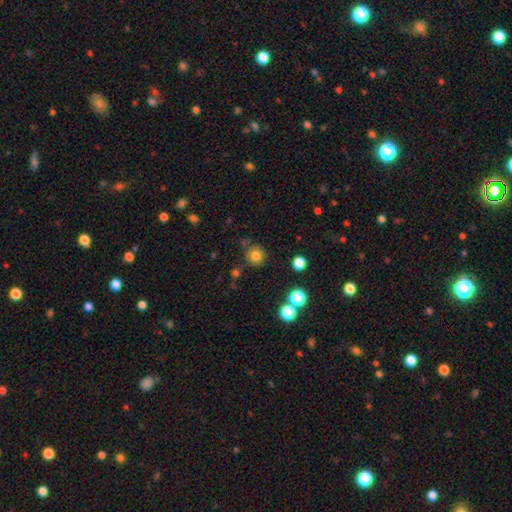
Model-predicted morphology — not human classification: smooth-or-featured: smooth: 80% | star or artifact: 14% | featured or disk: 6%
  how-rounded: round: 93% | in between: 6% | cigar-shaped: 1%
  merging: none: 81% | minor disturbance: 11% | merger: 4% | major disturbance: 4%